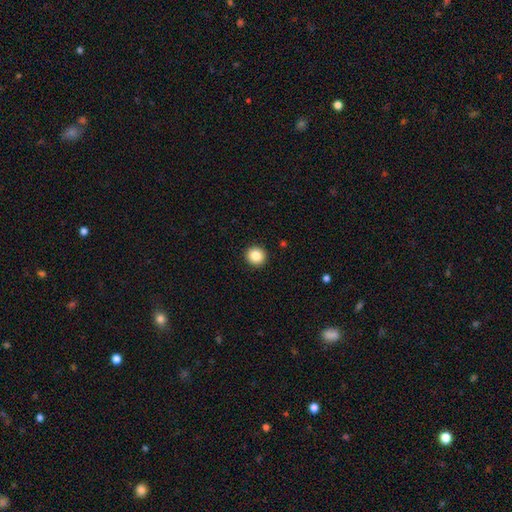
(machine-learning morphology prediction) Q: Smooth or featured?
A: smooth (85%); runner-up: star or artifact (9%)
Q: How rounded?
A: round (94%); runner-up: in between (5%)
Q: Merging?
A: none (93%); runner-up: minor disturbance (4%)